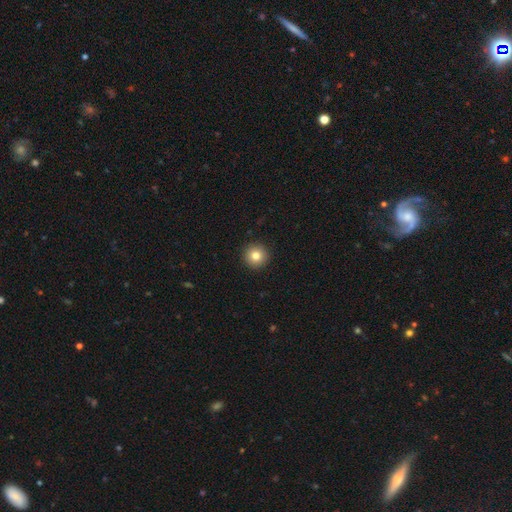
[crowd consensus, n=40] smooth 90%, star or artifact 10%, featured or disk 0%. Down the decision tree: how rounded — round (100%); merging — none (100%).